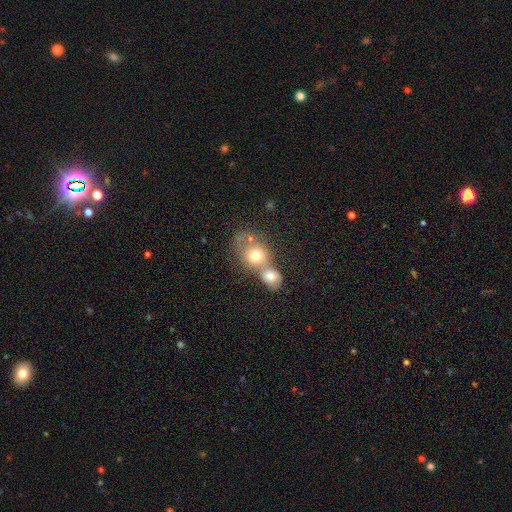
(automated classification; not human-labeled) A smooth galaxy with no disk features (67%) that is round (67%). Merging: merger (65%).